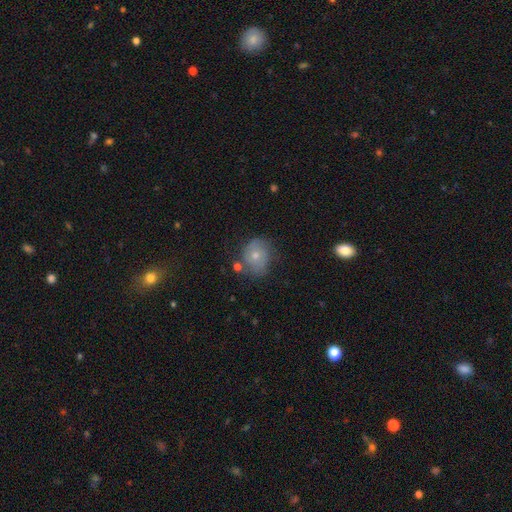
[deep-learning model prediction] Smooth or featured?
  - smooth: 46% *
  - featured or disk: 45%
  - star or artifact: 10%
Merging?
  - none: 62% *
  - minor disturbance: 23%
  - major disturbance: 9%
  - merger: 6%